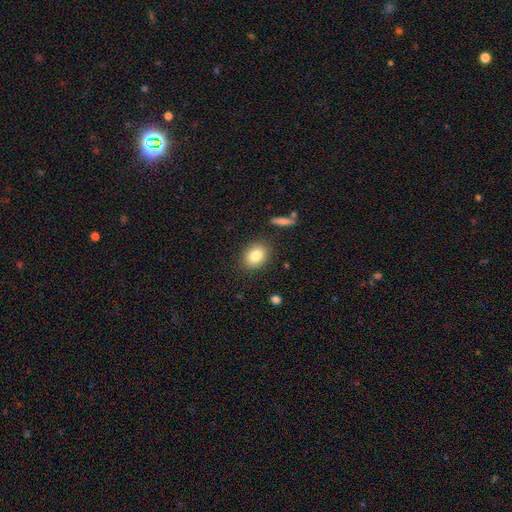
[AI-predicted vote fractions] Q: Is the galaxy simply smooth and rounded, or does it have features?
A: smooth — 83%.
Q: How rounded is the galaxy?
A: in between — 60%.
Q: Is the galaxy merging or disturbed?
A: none — 86%.